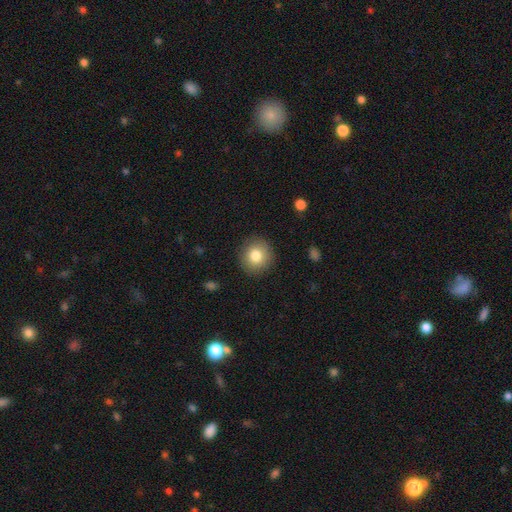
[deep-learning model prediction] Smooth or featured?
  - smooth: 81% *
  - featured or disk: 10%
  - star or artifact: 9%
How rounded?
  - round: 89% *
  - in between: 10%
  - cigar-shaped: 1%
Merging?
  - none: 90% *
  - minor disturbance: 7%
  - major disturbance: 2%
  - merger: 1%